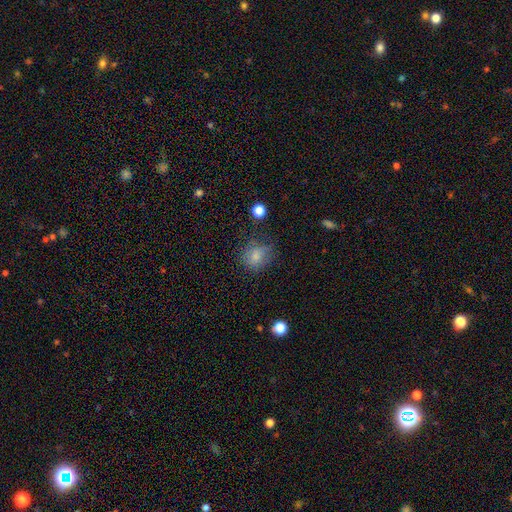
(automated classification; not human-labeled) Smooth or featured: smooth — 77% (featured or disk — 12%)
How rounded: round — 63% (in between — 36%)
Merging: none — 59% (minor disturbance — 26%)